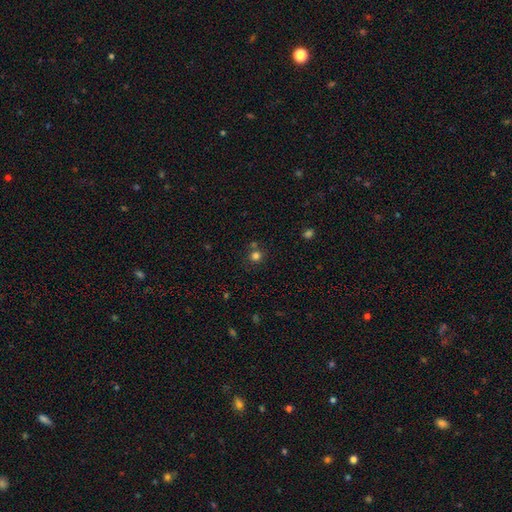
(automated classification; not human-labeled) The model was most divided on "merging": none: 69%, merger: 18%, minor disturbance: 9%, major disturbance: 4%. More confident: how rounded — round (90%); smooth or featured — smooth (78%).